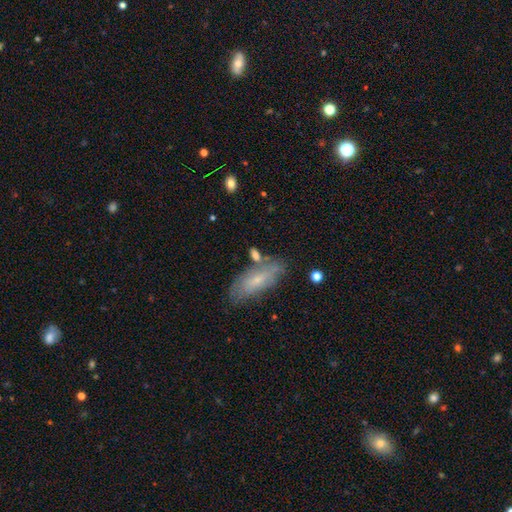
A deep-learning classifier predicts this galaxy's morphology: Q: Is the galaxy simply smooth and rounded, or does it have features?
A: smooth — 68%.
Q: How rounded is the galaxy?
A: in between — 69%.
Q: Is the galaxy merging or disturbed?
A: none — 61%.